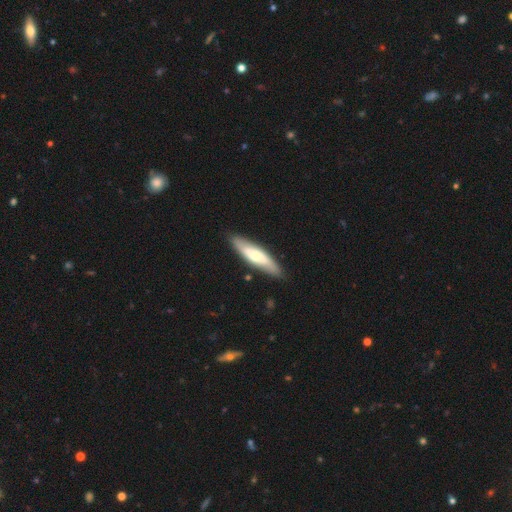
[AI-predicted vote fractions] smooth 54%, featured or disk 41%, star or artifact 5%. Down the decision tree: how rounded — cigar-shaped (68%); merging — none (86%).